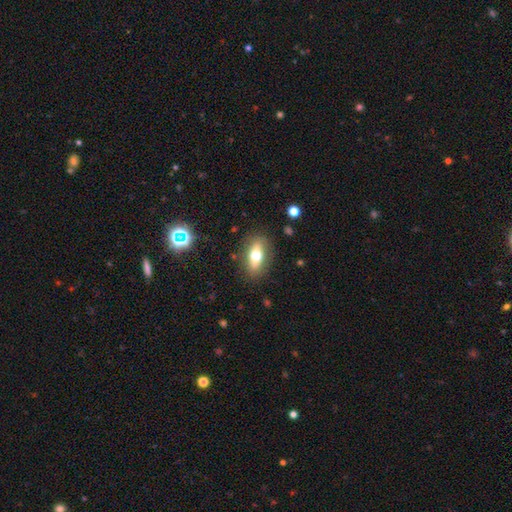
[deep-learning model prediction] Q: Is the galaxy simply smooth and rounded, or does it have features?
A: smooth — 62%.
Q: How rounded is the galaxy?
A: in between — 79%.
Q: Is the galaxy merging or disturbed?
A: none — 84%.